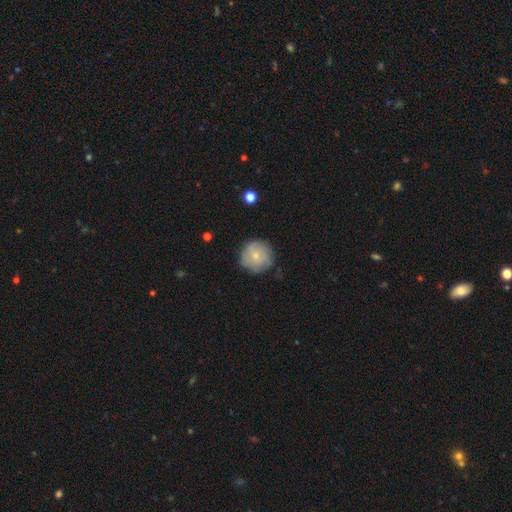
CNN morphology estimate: Smooth or featured?
  - smooth: 65% *
  - featured or disk: 28%
  - star or artifact: 8%
How rounded?
  - round: 94% *
  - in between: 5%
  - cigar-shaped: 1%
Merging?
  - none: 77% *
  - minor disturbance: 17%
  - major disturbance: 5%
  - merger: 2%